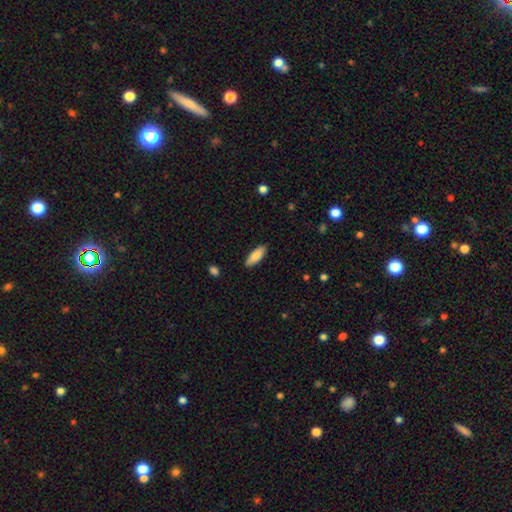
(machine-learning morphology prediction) smooth 85%, featured or disk 9%, star or artifact 6%. Down the decision tree: how rounded — in between (65%); merging — none (88%).